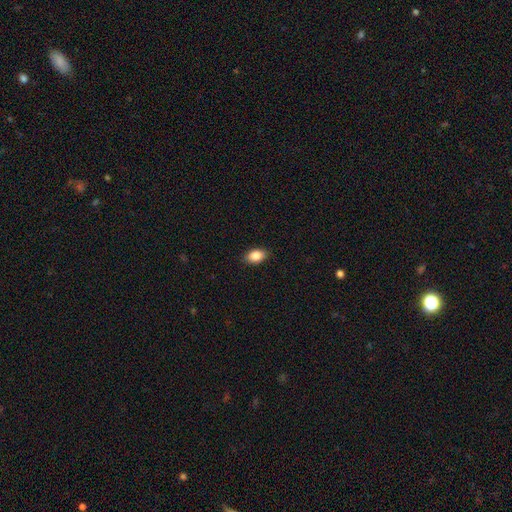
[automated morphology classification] Q: Smooth or featured?
A: smooth (87%); runner-up: star or artifact (8%)
Q: How rounded?
A: in between (88%); runner-up: round (10%)
Q: Merging?
A: none (89%); runner-up: minor disturbance (8%)